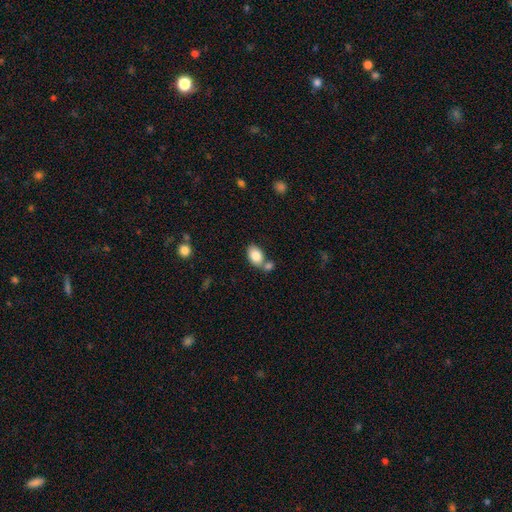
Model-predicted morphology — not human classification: Overall: smooth (84%). How rounded: in between (86%). Merging: none (56%; merger 30%).